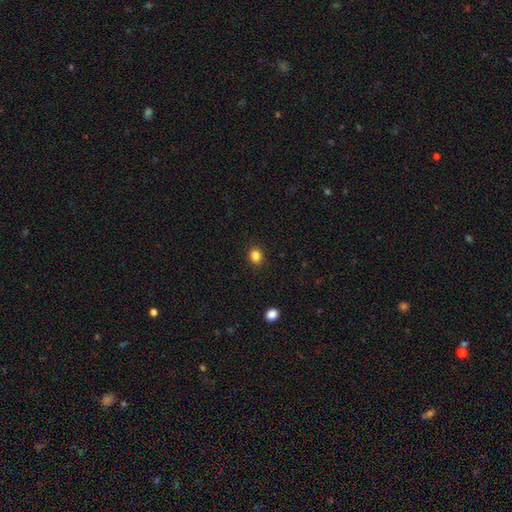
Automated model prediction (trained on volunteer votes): Smooth or featured? smooth (84%)
How rounded? round (67%)
Merging? none (89%)